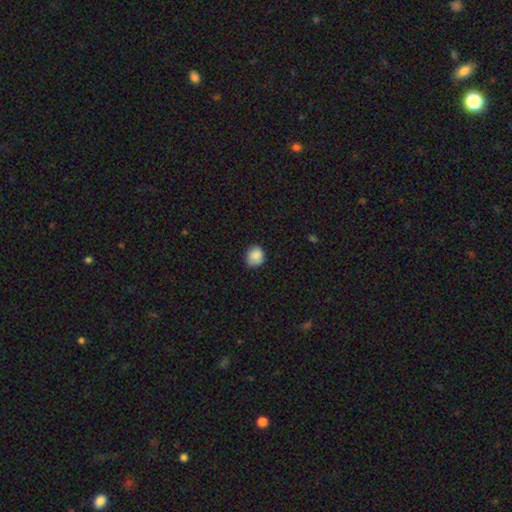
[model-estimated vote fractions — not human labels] Smooth or featured?
  - smooth: 87% *
  - star or artifact: 8%
  - featured or disk: 5%
How rounded?
  - round: 70% *
  - in between: 29%
  - cigar-shaped: 1%
Merging?
  - none: 77% *
  - minor disturbance: 19%
  - major disturbance: 3%
  - merger: 1%